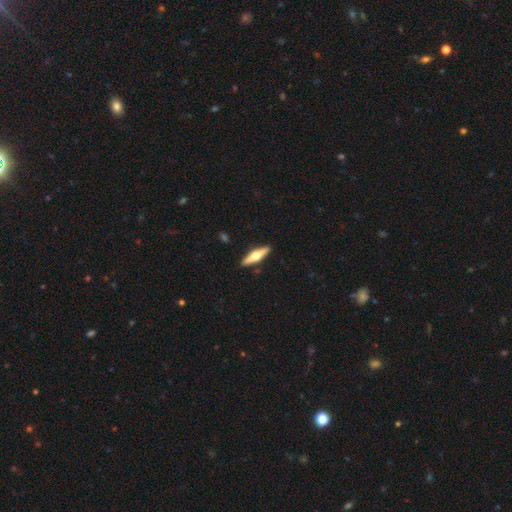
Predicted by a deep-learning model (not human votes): Smooth or featured? featured or disk (63%)
Edge-on disk? yes (96%)
Edge-on bulge? rounded (96%)
Merging? none (91%)